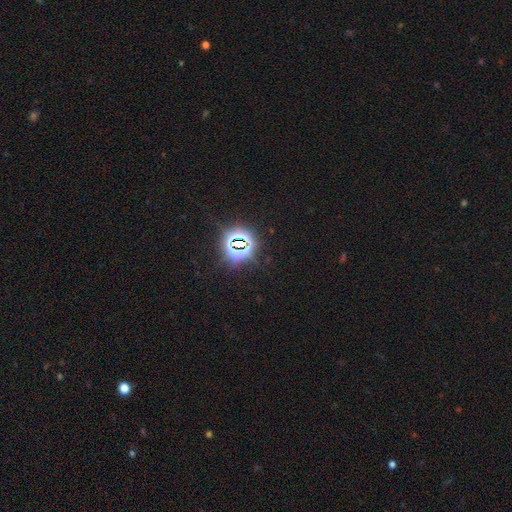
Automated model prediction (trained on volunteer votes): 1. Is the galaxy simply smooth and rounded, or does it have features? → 82% star or artifact, 12% smooth, 6% featured or disk.